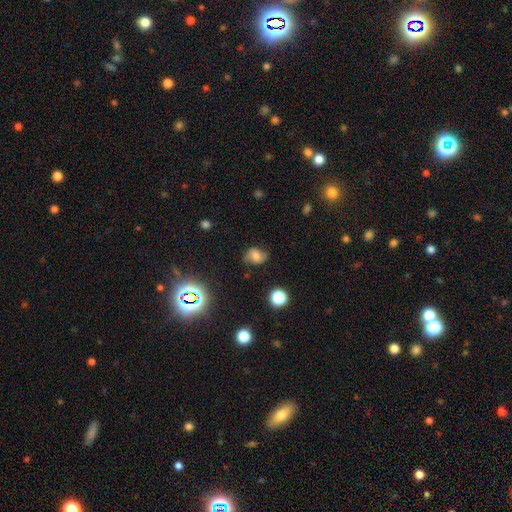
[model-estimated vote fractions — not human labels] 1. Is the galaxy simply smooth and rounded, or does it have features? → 51% smooth, 33% featured or disk, 16% star or artifact.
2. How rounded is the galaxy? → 56% in between, 43% round, 1% cigar-shaped.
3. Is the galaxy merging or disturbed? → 72% none, 21% minor disturbance, 6% major disturbance, 2% merger.